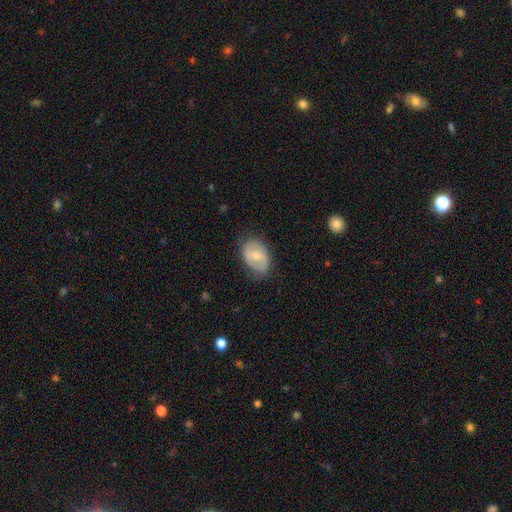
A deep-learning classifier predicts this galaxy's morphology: type=smooth (47%, tied with featured or disk); merging=none (69%).